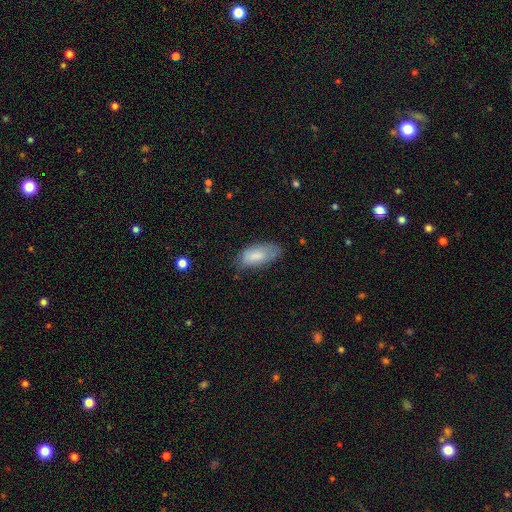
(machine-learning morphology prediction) This appears to be a smooth galaxy with no disk features (80%) that is in between round and cigar-shaped (88%). Merging: none (63%).